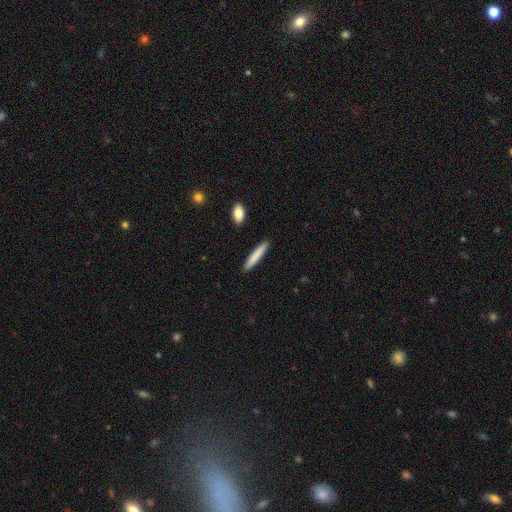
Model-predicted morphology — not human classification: This appears to be a smooth galaxy with no disk features (81%) that is cigar-shaped (93%). Merging: none (91%).